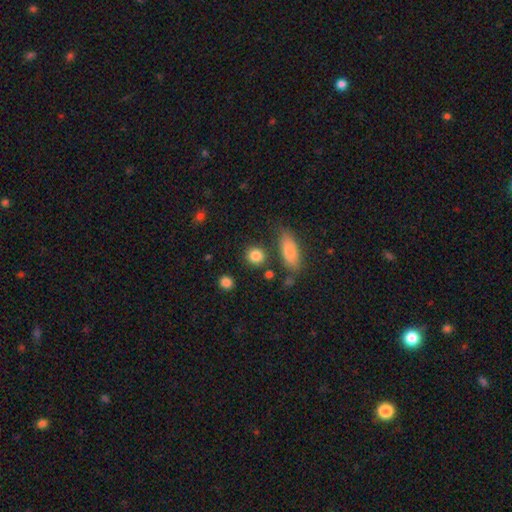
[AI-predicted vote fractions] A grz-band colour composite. It shows a smooth galaxy with no disk features (85%) that is round (77%). Merging: none (80%).